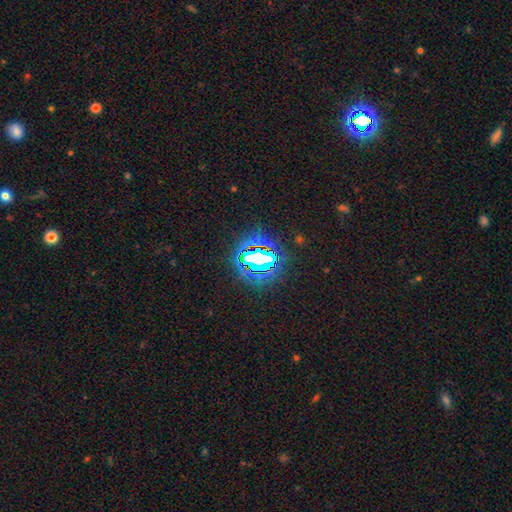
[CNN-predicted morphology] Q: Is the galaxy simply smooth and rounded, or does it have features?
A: star or artifact — 73%.